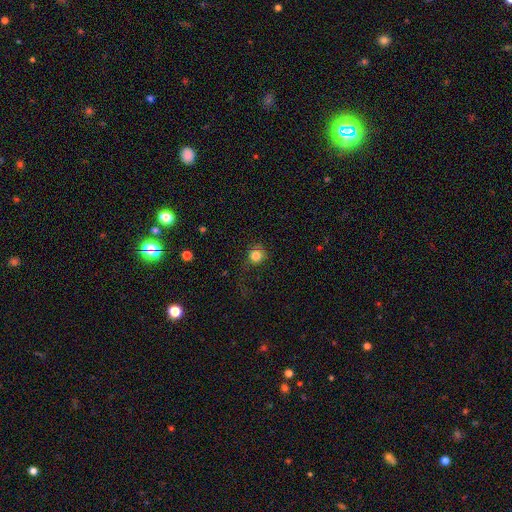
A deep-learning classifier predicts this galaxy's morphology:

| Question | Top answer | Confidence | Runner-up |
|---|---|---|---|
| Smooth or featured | smooth | 83% | star or artifact (11%) |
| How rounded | round | 89% | in between (10%) |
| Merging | none | 67% | minor disturbance (17%) |